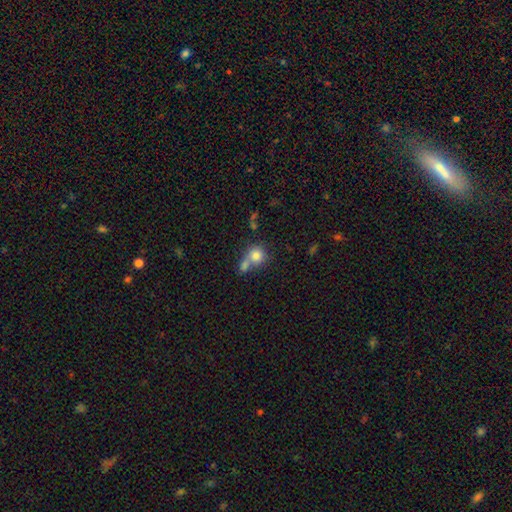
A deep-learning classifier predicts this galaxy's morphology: This appears to be a smooth galaxy with no disk features (79%) that is round (82%). Merging: merger (49%).